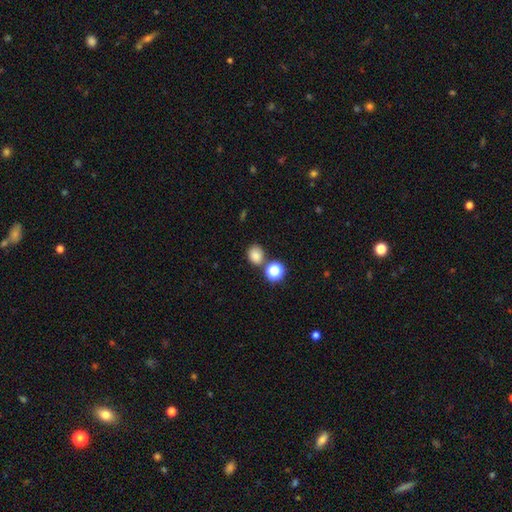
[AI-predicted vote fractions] Smooth or featured?
  - smooth: 80% *
  - star or artifact: 15%
  - featured or disk: 5%
How rounded?
  - round: 61% *
  - in between: 38%
  - cigar-shaped: 1%
Merging?
  - none: 70% *
  - merger: 15%
  - minor disturbance: 12%
  - major disturbance: 4%